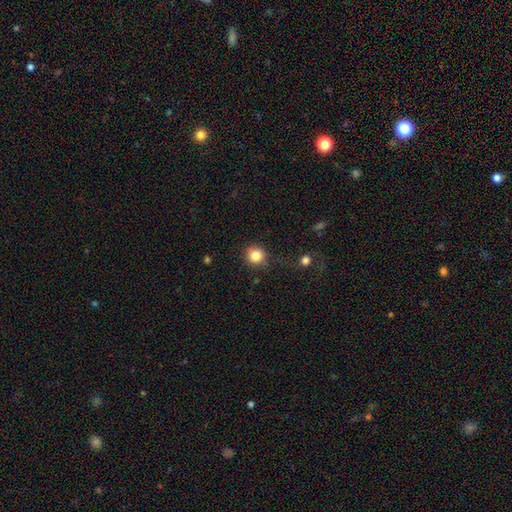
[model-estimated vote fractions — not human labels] Q: Smooth or featured?
A: smooth (84%); runner-up: star or artifact (11%)
Q: How rounded?
A: round (91%); runner-up: in between (8%)
Q: Merging?
A: none (83%); runner-up: minor disturbance (11%)